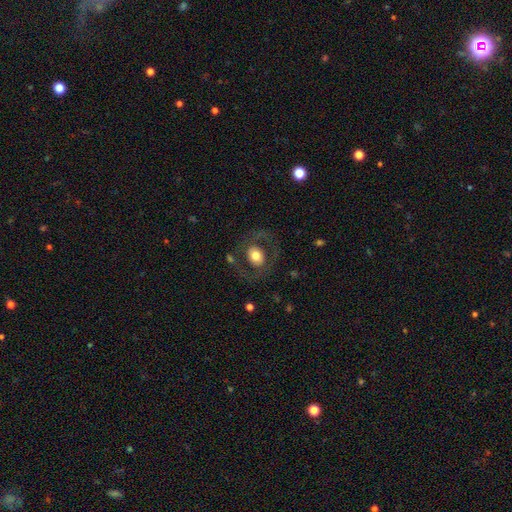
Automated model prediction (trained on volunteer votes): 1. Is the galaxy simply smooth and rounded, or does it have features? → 53% smooth, 39% featured or disk, 7% star or artifact.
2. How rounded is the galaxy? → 57% round, 41% in between, 1% cigar-shaped.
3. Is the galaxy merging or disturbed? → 75% none, 12% major disturbance, 11% minor disturbance, 2% merger.